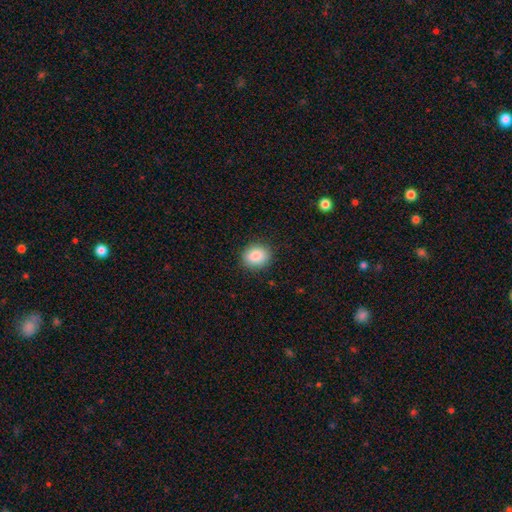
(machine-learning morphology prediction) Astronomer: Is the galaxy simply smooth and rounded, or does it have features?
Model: smooth — 87%.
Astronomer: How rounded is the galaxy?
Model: round — 64%.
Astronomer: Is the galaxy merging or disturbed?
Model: none — 88%.